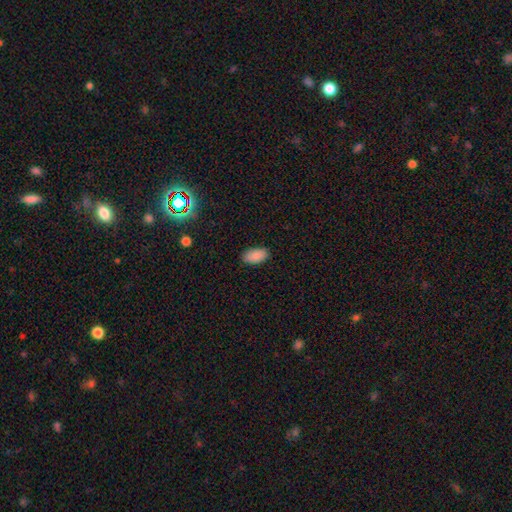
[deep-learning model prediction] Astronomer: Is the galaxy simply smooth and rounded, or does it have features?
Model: smooth — 89%.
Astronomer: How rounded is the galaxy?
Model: in between — 94%.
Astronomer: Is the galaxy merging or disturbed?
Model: none — 88%.